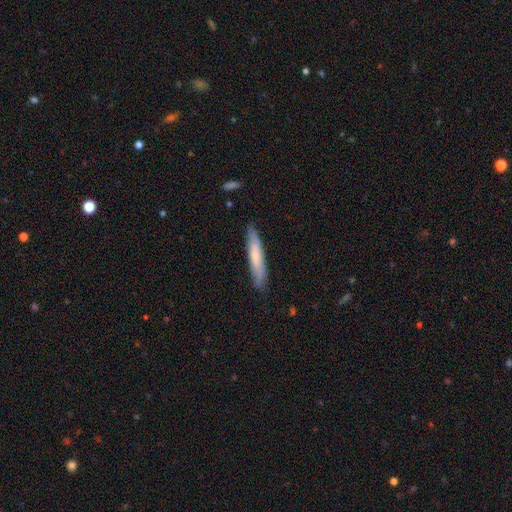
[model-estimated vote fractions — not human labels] The model was most divided on "smooth or featured": smooth: 63%, featured or disk: 32%, star or artifact: 6%. More confident: how rounded — cigar-shaped (91%); merging — none (84%).